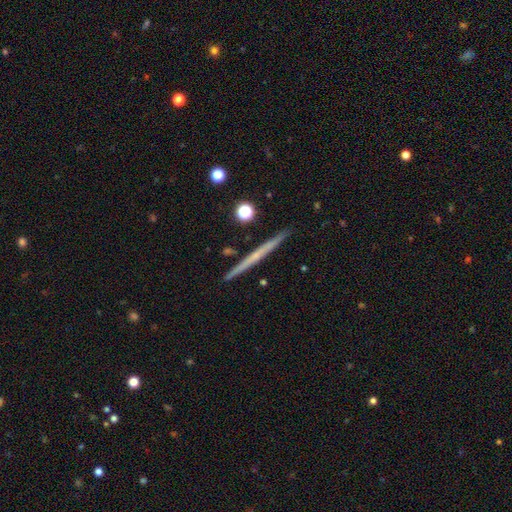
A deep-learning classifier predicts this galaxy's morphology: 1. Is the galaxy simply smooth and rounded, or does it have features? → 62% featured or disk, 32% smooth, 6% star or artifact.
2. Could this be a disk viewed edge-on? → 98% yes, 2% no.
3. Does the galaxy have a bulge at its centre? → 78% none, 18% rounded, 4% boxy.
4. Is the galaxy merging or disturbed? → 92% none, 5% minor disturbance, 2% merger, 1% major disturbance.